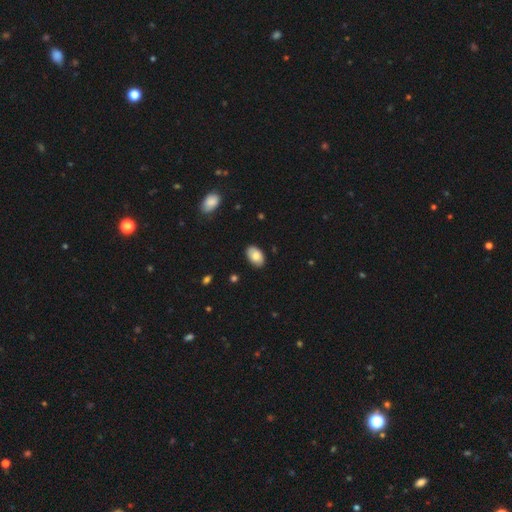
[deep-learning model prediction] Overall: smooth (80%). How rounded: in between (92%). Merging: none (83%).